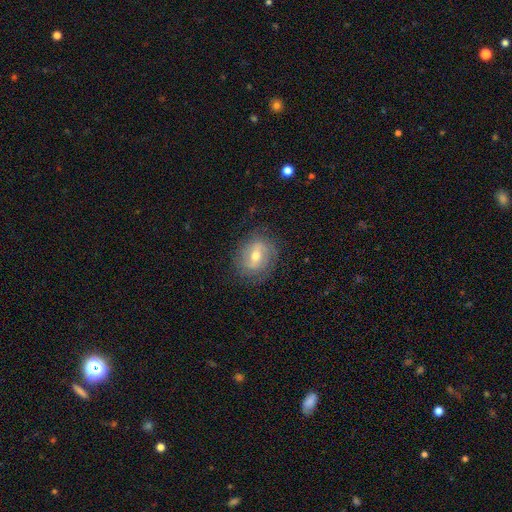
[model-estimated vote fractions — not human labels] smooth-or-featured: featured or disk: 65% | smooth: 26% | star or artifact: 8%
  disk-edge-on: no: 95% | yes: 5%
    bar: weak: 49% | strong: 29% | no: 22%
    has-spiral-arms: yes: 77% | no: 23%
    bulge-size: moderate: 67% | small: 26% | large: 5% | none: 1% | dominant: 1%
  merging: none: 76% | minor disturbance: 16% | major disturbance: 7% | merger: 1%